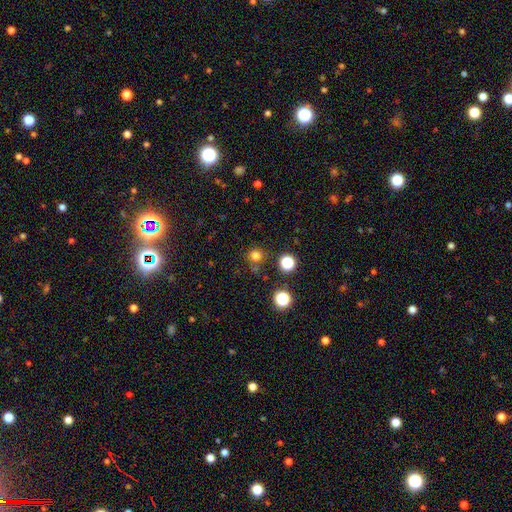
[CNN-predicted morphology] This is likely a smooth galaxy (74%). How rounded: clearly round (92%). Merging: likely none (78%).